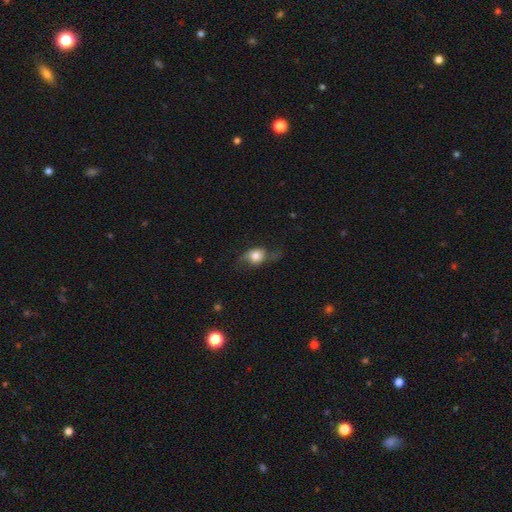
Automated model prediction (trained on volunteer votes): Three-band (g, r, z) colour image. It shows a smooth galaxy with no disk features (59%) that is round (48%, tied with in between). Merging: none (50%).